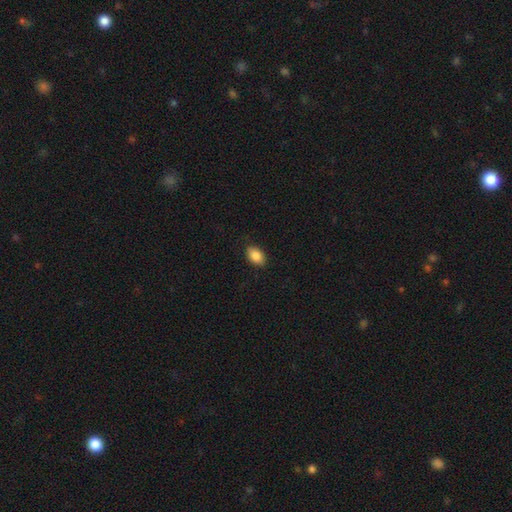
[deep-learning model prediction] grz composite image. It shows a smooth galaxy with no disk features (88%) that is in between round and cigar-shaped (90%). Merging: none (87%).